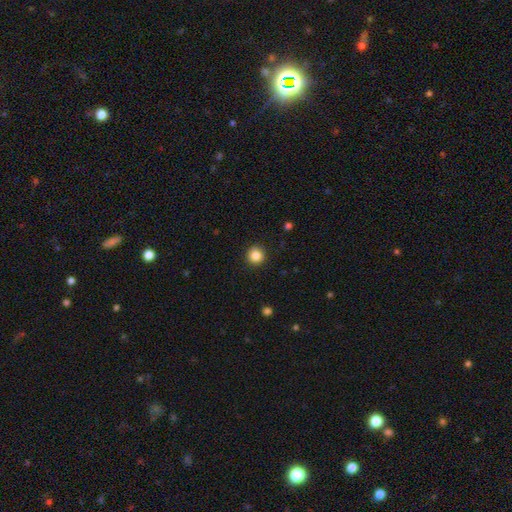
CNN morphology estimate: type=smooth (85%); roundness=round (94%); merging=none (92%).